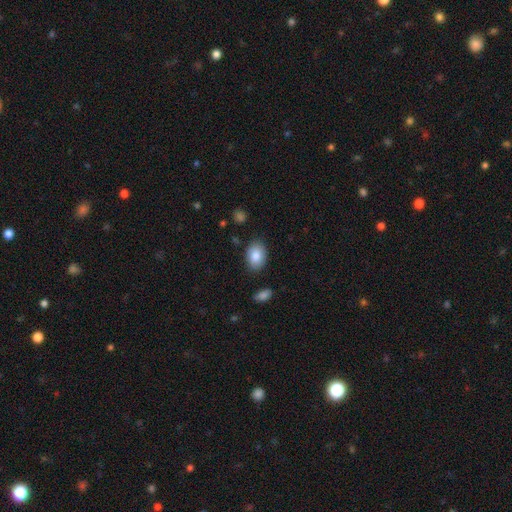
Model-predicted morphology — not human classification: Smooth or featured?
  - smooth: 85% *
  - featured or disk: 9%
  - star or artifact: 7%
How rounded?
  - in between: 84% *
  - round: 15%
  - cigar-shaped: 1%
Merging?
  - none: 85% *
  - minor disturbance: 11%
  - major disturbance: 3%
  - merger: 2%